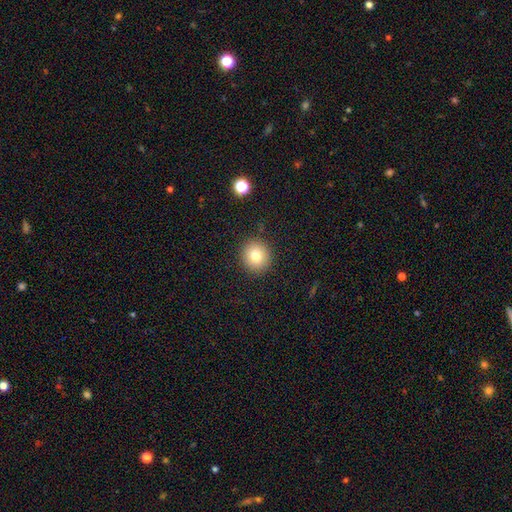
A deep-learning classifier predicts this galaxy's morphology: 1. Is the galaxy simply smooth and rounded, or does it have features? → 79% smooth, 12% star or artifact, 10% featured or disk.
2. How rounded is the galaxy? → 91% round, 8% in between, 1% cigar-shaped.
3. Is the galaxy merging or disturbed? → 91% none, 6% minor disturbance, 2% major disturbance, 1% merger.